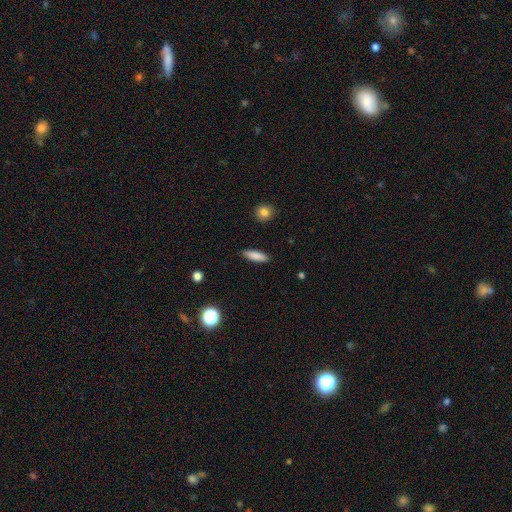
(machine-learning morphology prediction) Smooth or featured?
  - smooth: 84% *
  - featured or disk: 9%
  - star or artifact: 7%
How rounded?
  - cigar-shaped: 56% *
  - in between: 41%
  - round: 2%
Merging?
  - none: 88% *
  - minor disturbance: 8%
  - major disturbance: 2%
  - merger: 1%